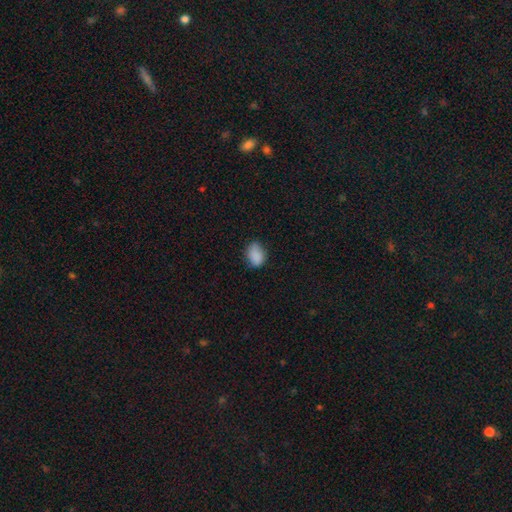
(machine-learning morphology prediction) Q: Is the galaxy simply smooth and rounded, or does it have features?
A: smooth — 85%.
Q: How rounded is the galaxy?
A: in between — 70%.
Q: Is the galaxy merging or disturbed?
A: none — 67%.